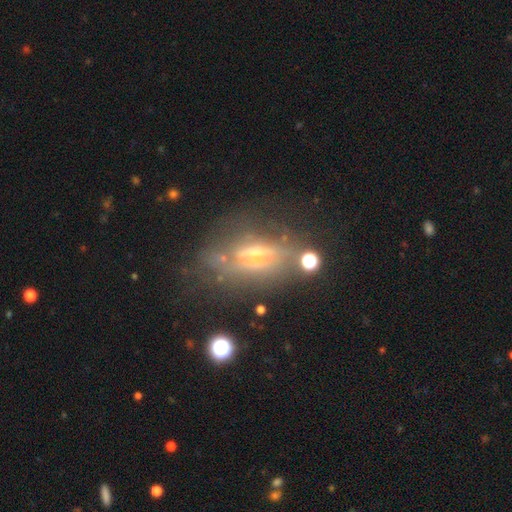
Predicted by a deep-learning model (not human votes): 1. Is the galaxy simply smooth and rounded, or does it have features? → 60% featured or disk, 25% smooth, 15% star or artifact.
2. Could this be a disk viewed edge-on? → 50% yes (tied), 50% no (tied).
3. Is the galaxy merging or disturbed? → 49% none, 22% major disturbance, 22% minor disturbance, 7% merger.